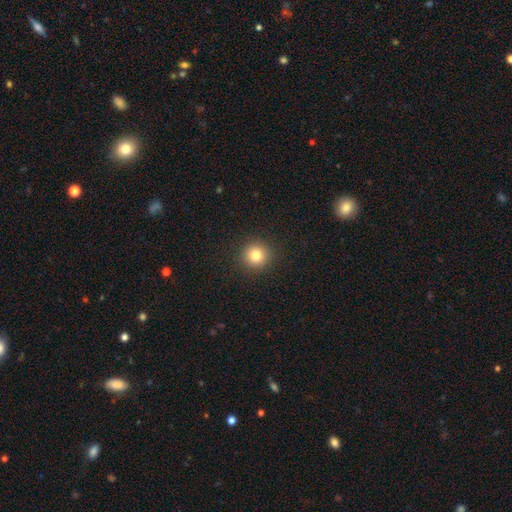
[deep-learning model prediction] Smooth or featured? smooth (81%)
How rounded? round (94%)
Merging? none (92%)